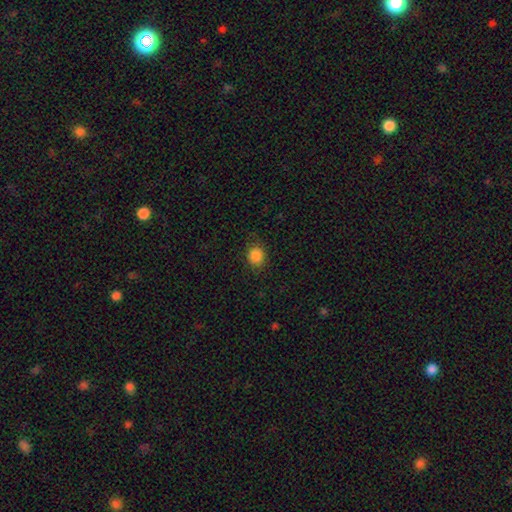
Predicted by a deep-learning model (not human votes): smooth 86%, star or artifact 10%, featured or disk 4%. Down the decision tree: how rounded — round (75%); merging — none (85%).